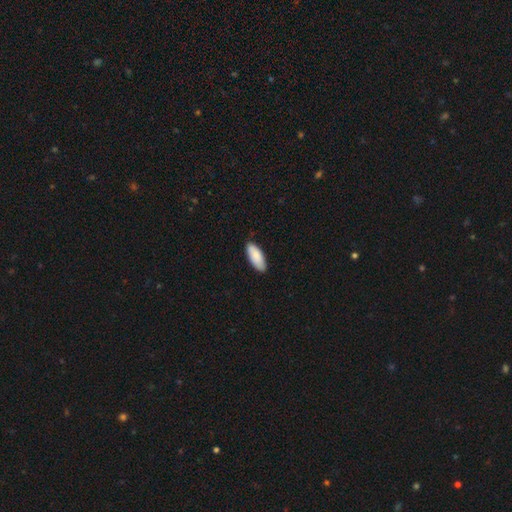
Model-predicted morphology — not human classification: Smooth or featured? smooth (87%)
How rounded? in between (82%)
Merging? none (85%)